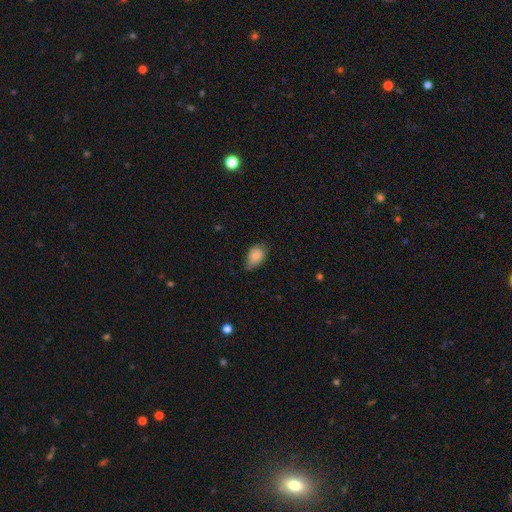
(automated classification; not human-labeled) Smooth or featured?
  - smooth: 81% *
  - featured or disk: 11%
  - star or artifact: 8%
How rounded?
  - in between: 84% *
  - round: 15%
  - cigar-shaped: 2%
Merging?
  - none: 44% *
  - minor disturbance: 43%
  - major disturbance: 11%
  - merger: 2%